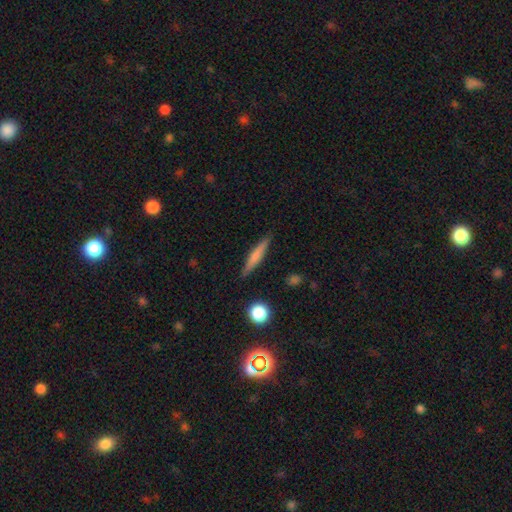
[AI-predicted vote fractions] smooth 58%, featured or disk 35%, star or artifact 7%. Down the decision tree: how rounded — cigar-shaped (91%); merging — none (88%).